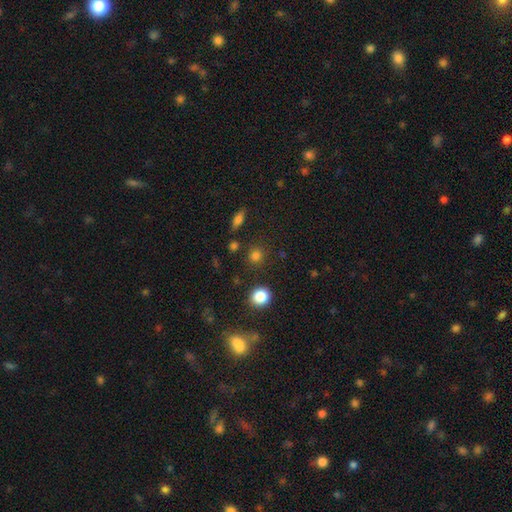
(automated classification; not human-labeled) Smooth or featured? smooth (80%)
How rounded? round (88%)
Merging? none (84%)